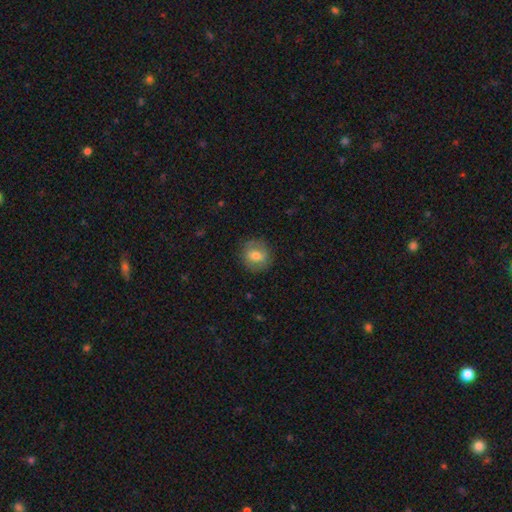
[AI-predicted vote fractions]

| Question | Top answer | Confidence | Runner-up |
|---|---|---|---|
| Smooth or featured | smooth | 68% | featured or disk (24%) |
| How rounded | round | 76% | in between (23%) |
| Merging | none | 83% | minor disturbance (12%) |